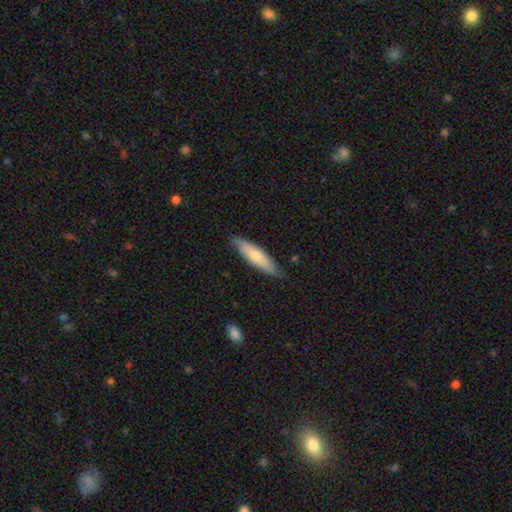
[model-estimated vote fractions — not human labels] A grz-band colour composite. It shows a smooth galaxy with no disk features (68%) that is cigar-shaped (70%). Merging: none (79%).